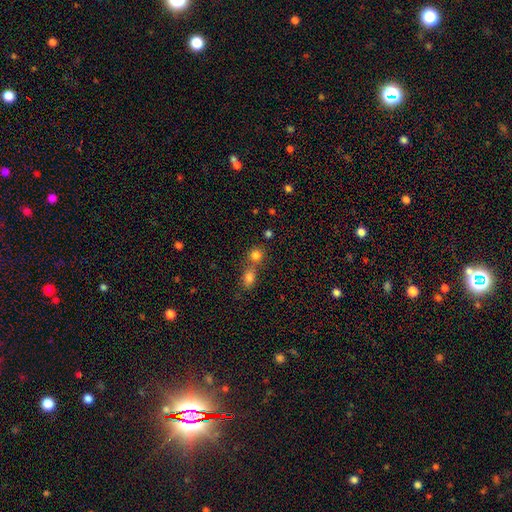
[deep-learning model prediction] A smooth galaxy with no disk features (79%) that is round (78%). Merging: merger (49%).